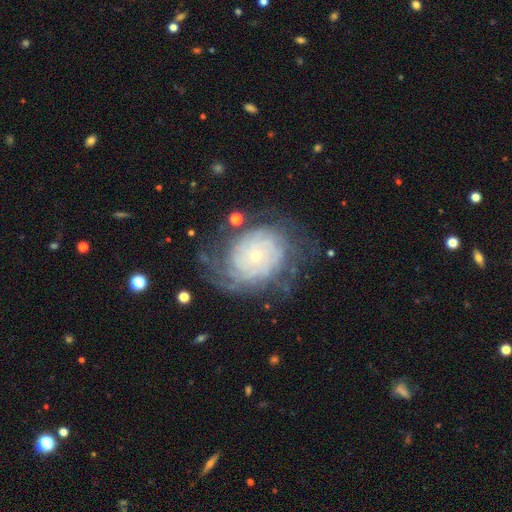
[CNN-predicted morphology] A featured or disk galaxy (81%) with no bar (82%), tight (77%) spiral arms (94%) and a small central bulge (85%).

Vote fractions:
- Smooth or featured? featured or disk: 81% / smooth: 12% / star or artifact: 8%
- Edge-on disk? no: 97% / yes: 3%
- Bar? no: 82% / weak: 14% / strong: 3%
- Spiral arms? yes: 94% / no: 6%
- Spiral winding? tight: 77% / medium: 18% / loose: 6%
- Spiral arm count? can't tell: 40% / 4: 17% / more than 4: 14% / 3: 11% / 2: 11% / 1: 6%
- Bulge size? small: 85% / moderate: 9% / none: 3% / large: 1% / dominant: 1%
- Merging? none: 65% / minor disturbance: 19% / major disturbance: 13% / merger: 2%